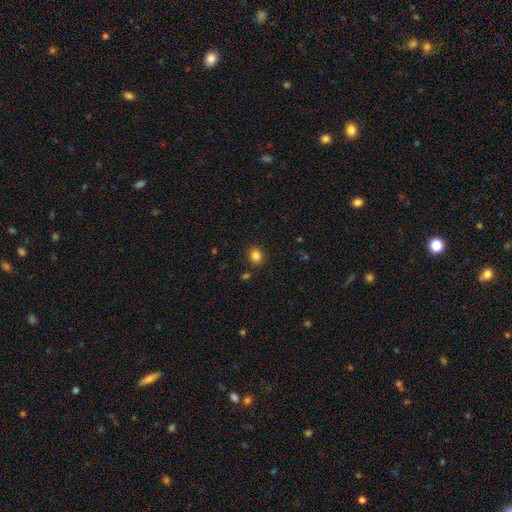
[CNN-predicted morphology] This appears to be a smooth galaxy with no disk features (84%) that is round (70%). Merging: none (86%).